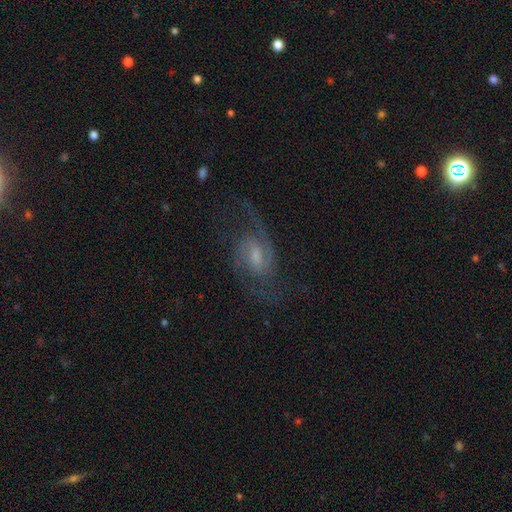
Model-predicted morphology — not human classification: Smooth or featured? Predicted: featured or disk (p=0.86). Edge-on disk? Predicted: no (p=0.97). Bar? Predicted: weak (p=0.58). Spiral arms? Predicted: yes (p=0.97). Spiral winding? Predicted: medium (p=0.52). Spiral arm count? Predicted: 2 (p=0.88). Bulge size? Predicted: small (p=0.41, tied with moderate). Merging? Predicted: none (p=0.69).